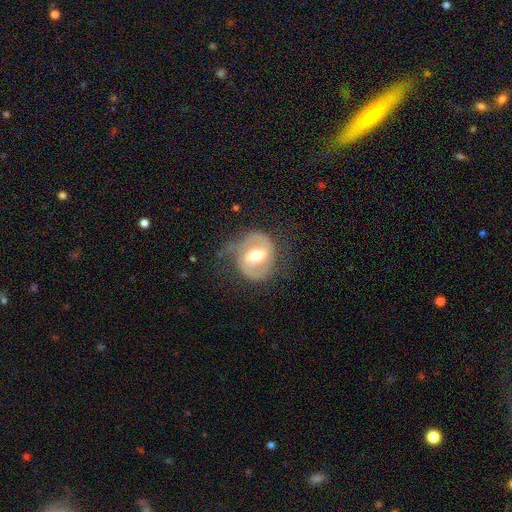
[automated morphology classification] Overall: featured or disk (76%). Edge-on disk: no (97%). Bar: weak (46%; strong 32%). Spiral arms: yes (84%). Spiral arm count: 2 (85%). Spiral winding: medium (49%; loose 28%). Bulge size: moderate (73%). Merging: none (61%; minor disturbance 22%).